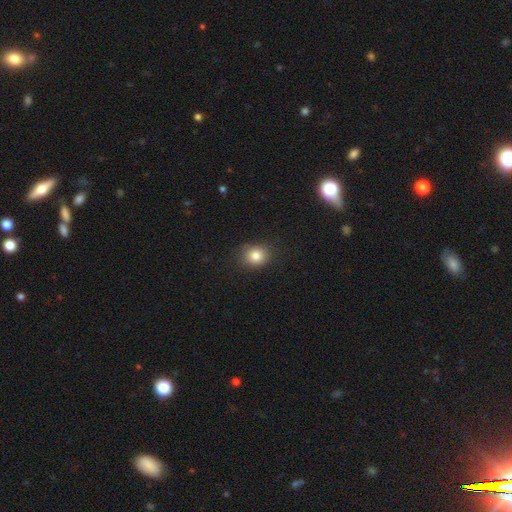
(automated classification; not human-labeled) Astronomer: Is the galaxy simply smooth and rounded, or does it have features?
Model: smooth — 82%.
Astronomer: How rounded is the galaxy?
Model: round — 64%.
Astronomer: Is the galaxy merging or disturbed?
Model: none — 84%.